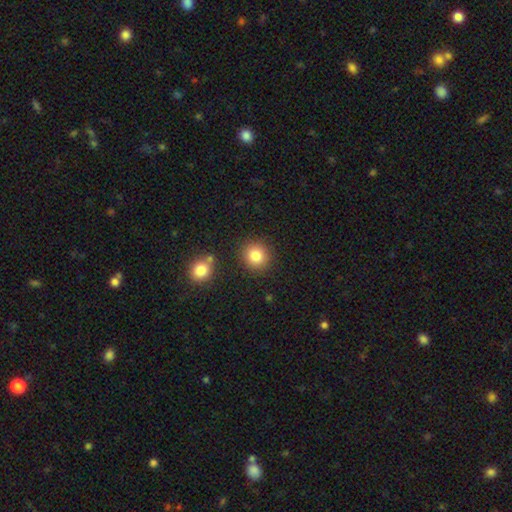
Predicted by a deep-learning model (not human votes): smooth_or_featured: smooth (p=0.84) [alt: star or artifact p=0.10]
how_rounded: round (p=0.89) [alt: in between p=0.10]
merging: none (p=0.86) [alt: minor disturbance p=0.08]